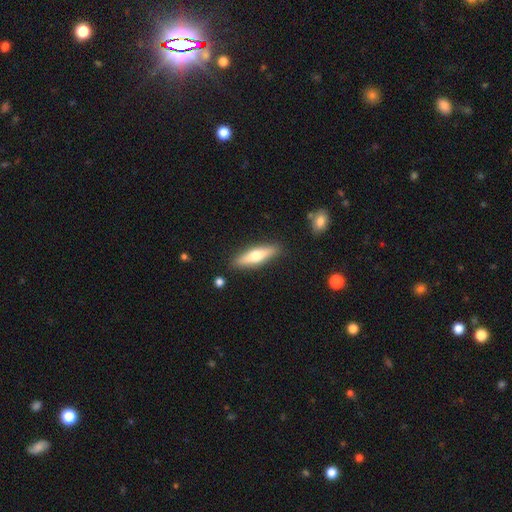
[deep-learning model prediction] smooth 49%, featured or disk 46%, star or artifact 6%. Down the decision tree: merging — none (87%).